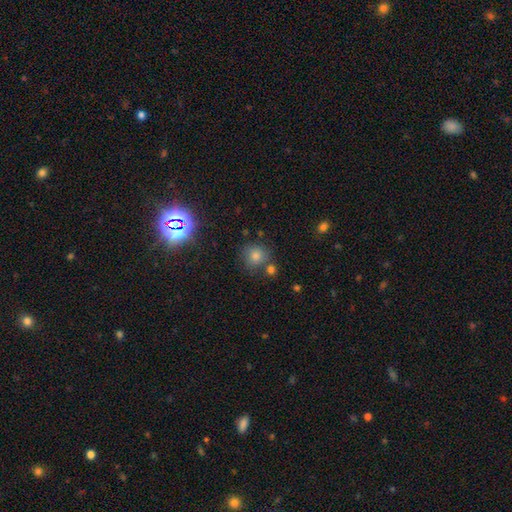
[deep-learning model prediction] smooth 62%, star or artifact 29%, featured or disk 9%. Down the decision tree: how rounded — round (88%); merging — none (74%).